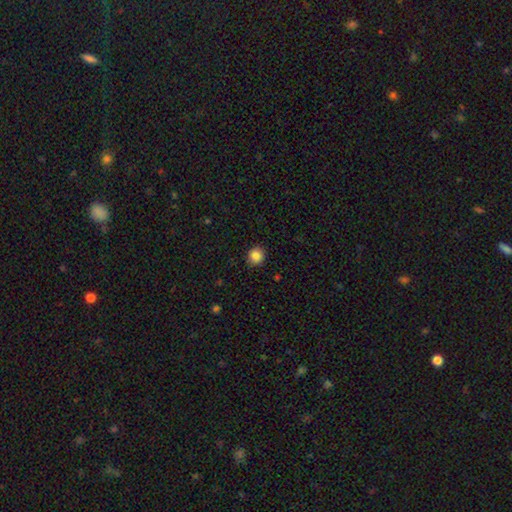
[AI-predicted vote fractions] Morphology: type=smooth (86%); roundness=round (87%); merging=none (90%).